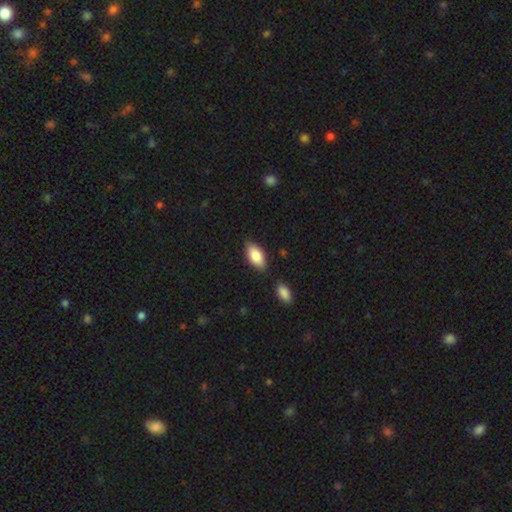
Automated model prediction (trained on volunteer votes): Q: Smooth or featured?
A: smooth (83%); runner-up: featured or disk (11%)
Q: How rounded?
A: in between (90%); runner-up: cigar-shaped (7%)
Q: Merging?
A: none (78%); runner-up: minor disturbance (13%)